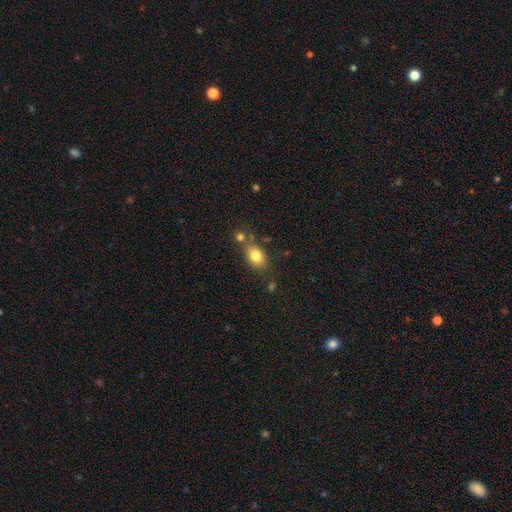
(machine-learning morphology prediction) This is clearly a smooth galaxy (81%). How rounded: likely in between (78%). Merging: likely none (65%).